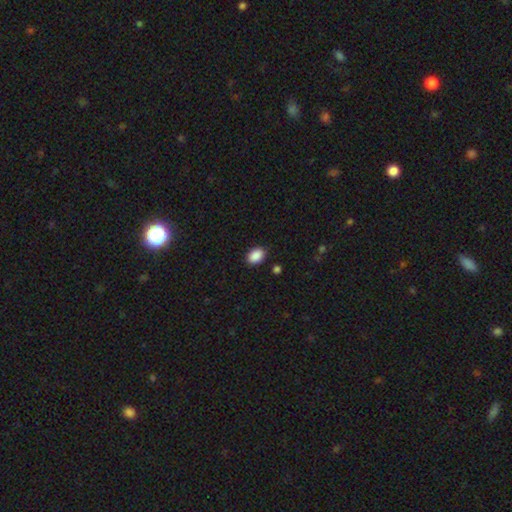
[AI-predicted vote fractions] The model was most divided on "how rounded": in between: 79%, round: 20%, cigar-shaped: 1%. More confident: smooth or featured — smooth (89%); merging — none (88%).